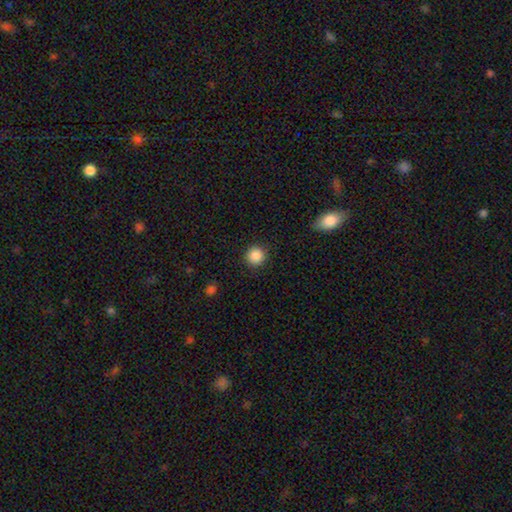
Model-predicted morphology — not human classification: The model was most divided on "smooth or featured": smooth: 87%, star or artifact: 10%, featured or disk: 3%. More confident: how rounded — round (94%); merging — none (91%).